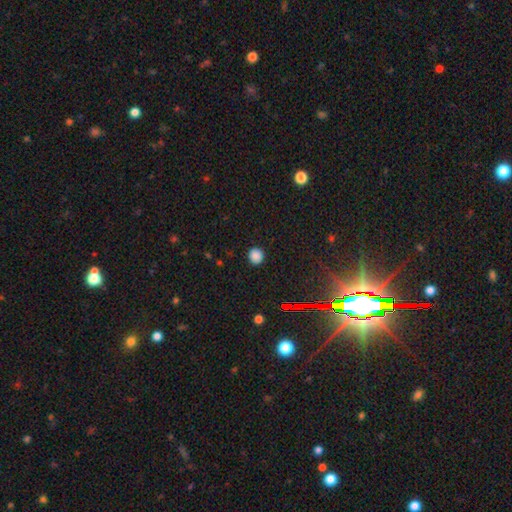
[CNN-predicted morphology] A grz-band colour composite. It shows a smooth galaxy with no disk features (84%) that is round (84%). Merging: none (90%).